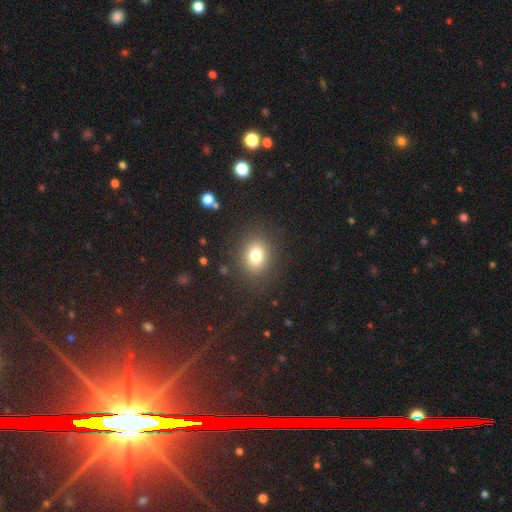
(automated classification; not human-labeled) Morphology: type=smooth (78%); roundness=round (52%); merging=none (85%).